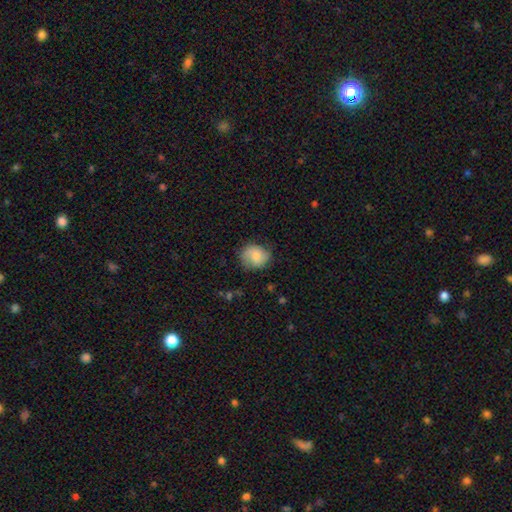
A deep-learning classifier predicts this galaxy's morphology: smooth-or-featured: smooth: 68% | featured or disk: 25% | star or artifact: 7%
  how-rounded: round: 76% | in between: 23% | cigar-shaped: 1%
  merging: none: 70% | minor disturbance: 23% | major disturbance: 6% | merger: 1%